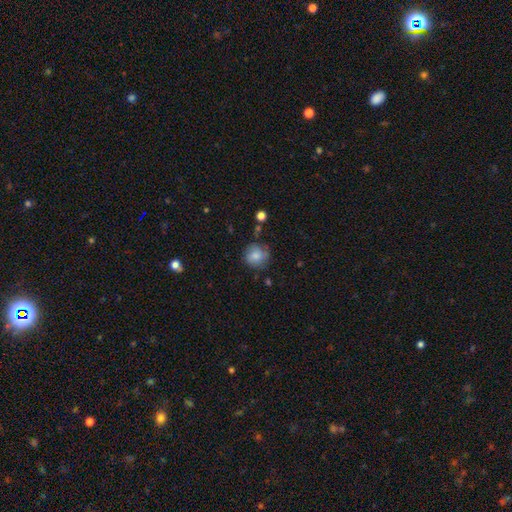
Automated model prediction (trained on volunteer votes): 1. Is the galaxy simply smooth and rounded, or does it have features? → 78% smooth, 13% featured or disk, 9% star or artifact.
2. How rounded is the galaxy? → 89% round, 10% in between, 1% cigar-shaped.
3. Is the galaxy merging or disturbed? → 71% none, 19% minor disturbance, 6% major disturbance, 4% merger.